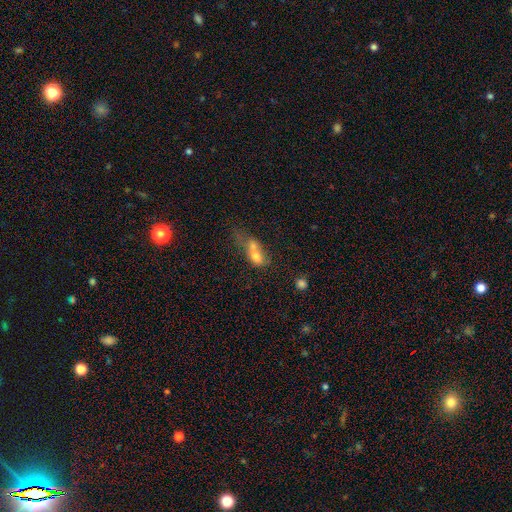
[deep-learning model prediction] A smooth galaxy with no disk features (62%) that is in between round and cigar-shaped (61%).

Vote fractions:
- Smooth or featured? smooth: 62% / featured or disk: 26% / star or artifact: 12%
- How rounded? in between: 61% / round: 31% / cigar-shaped: 9%
- Merging? merger: 64% / none: 14% / major disturbance: 13% / minor disturbance: 9%